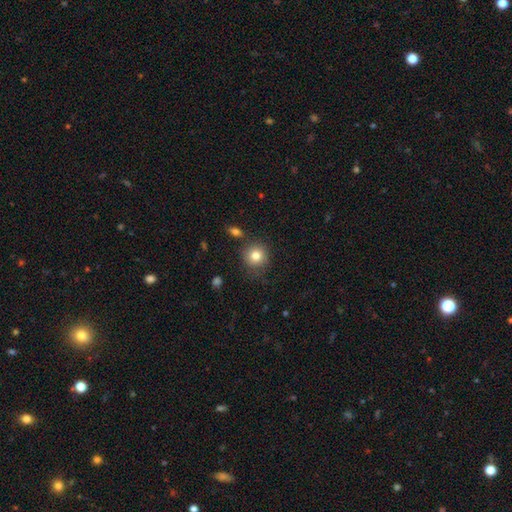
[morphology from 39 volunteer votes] smooth 74%, featured or disk 15%, star or artifact 10%. Down the decision tree: how rounded — round (90%); merging — none (77%).